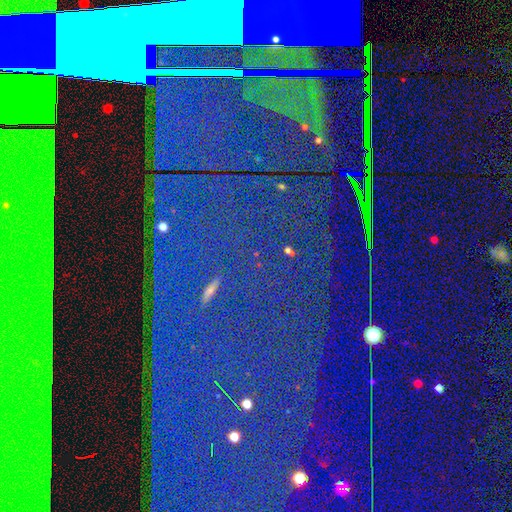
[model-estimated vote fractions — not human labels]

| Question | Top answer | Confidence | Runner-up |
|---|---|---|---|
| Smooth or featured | star or artifact | 86% | featured or disk (8%) |